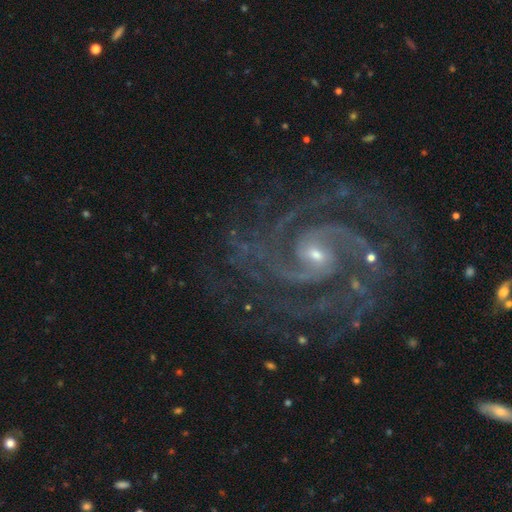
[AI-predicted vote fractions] Smooth or featured? Predicted: featured or disk (p=0.92). Edge-on disk? Predicted: no (p=0.98). Bar? Predicted: no (p=0.41). Spiral arms? Predicted: yes (p=0.99). Spiral winding? Predicted: tight (p=0.53). Spiral arm count? Predicted: 2 (p=0.61). Bulge size? Predicted: small (p=0.72). Merging? Predicted: none (p=0.79).